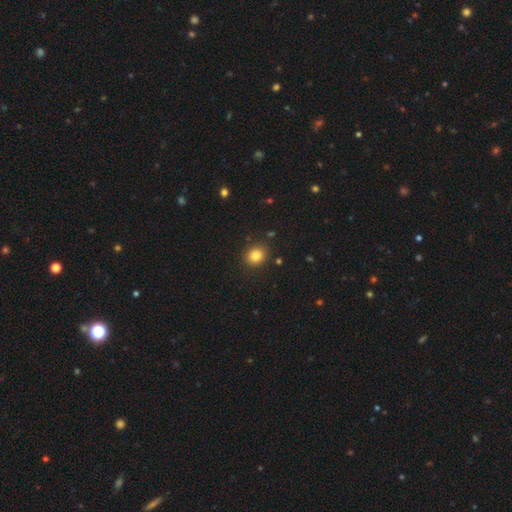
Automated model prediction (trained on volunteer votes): Morphology: type=smooth (83%); roundness=round (67%); merging=none (88%).